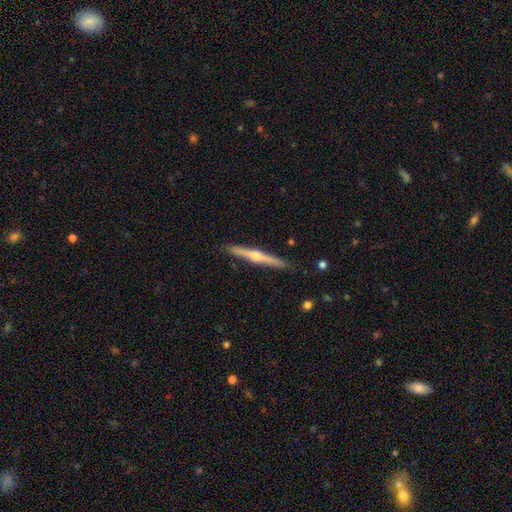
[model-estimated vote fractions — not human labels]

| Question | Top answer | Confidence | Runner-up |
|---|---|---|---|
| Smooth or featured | featured or disk | 73% | smooth (22%) |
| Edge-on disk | yes | 98% | no (2%) |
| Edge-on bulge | rounded | 89% | none (7%) |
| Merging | none | 91% | minor disturbance (7%) |